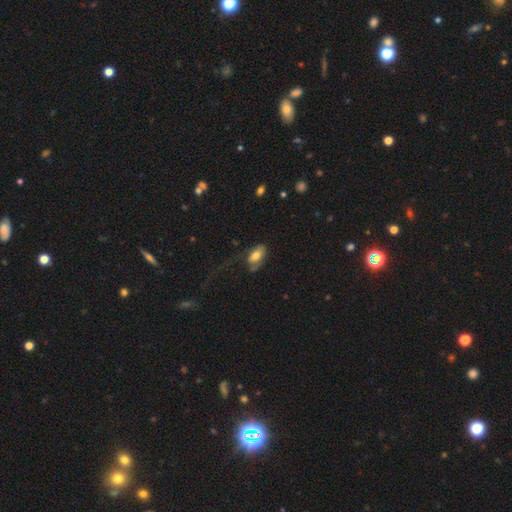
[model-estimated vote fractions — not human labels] smooth_or_featured: smooth (p=0.70) [alt: featured or disk p=0.23]
how_rounded: in between (p=0.91) [alt: cigar-shaped p=0.05]
merging: none (p=0.44) [alt: major disturbance p=0.27]